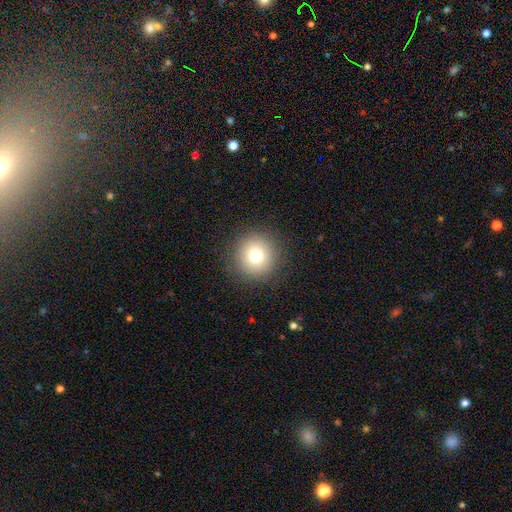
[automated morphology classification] smooth_or_featured: smooth (p=0.76) [alt: star or artifact p=0.13]
how_rounded: round (p=0.94) [alt: in between p=0.05]
merging: none (p=0.90) [alt: minor disturbance p=0.06]